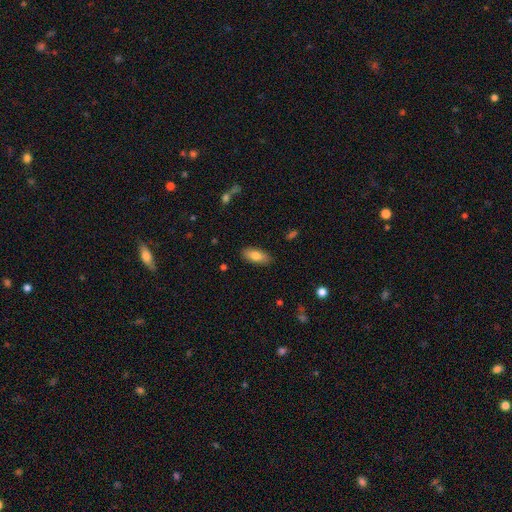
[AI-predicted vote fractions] Smooth or featured? Predicted: smooth (p=0.80). How rounded? Predicted: in between (p=0.82). Merging? Predicted: none (p=0.88).